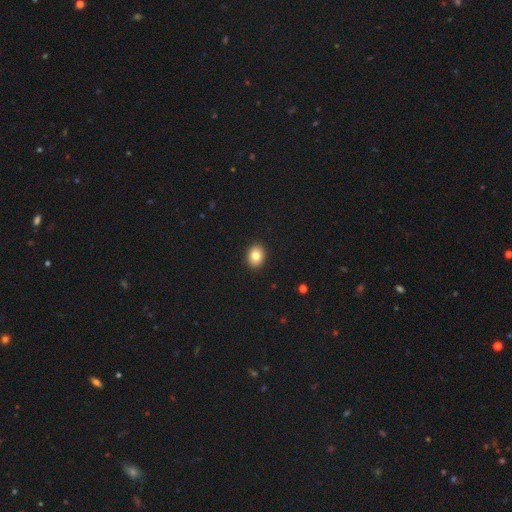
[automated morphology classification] Smooth or featured?
  - smooth: 82% *
  - star or artifact: 9%
  - featured or disk: 9%
How rounded?
  - in between: 51% *
  - round: 48%
  - cigar-shaped: 1%
Merging?
  - none: 92% *
  - minor disturbance: 6%
  - major disturbance: 2%
  - merger: 1%